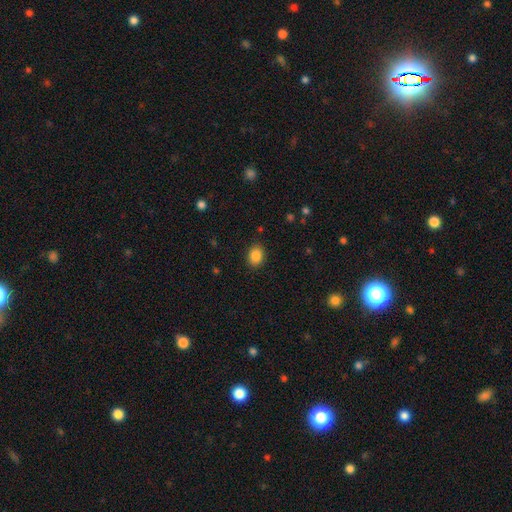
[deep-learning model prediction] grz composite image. It shows a smooth galaxy with no disk features (87%) that is in between round and cigar-shaped (60%). Merging: none (87%).